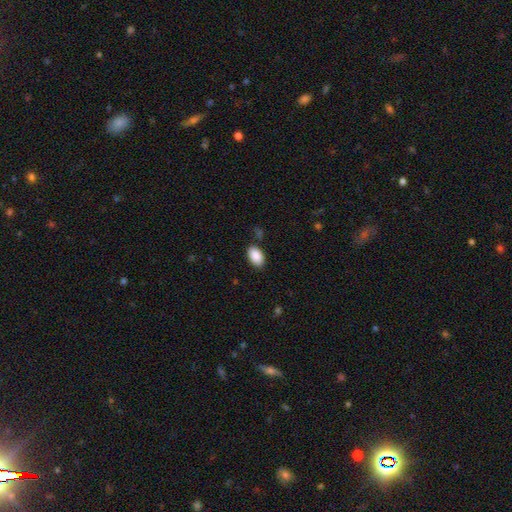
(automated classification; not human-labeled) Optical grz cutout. It shows a smooth galaxy with no disk features (89%) that is in between round and cigar-shaped (92%). Merging: none (84%).